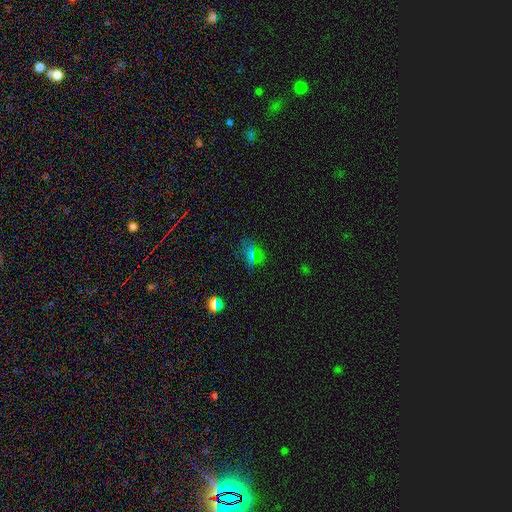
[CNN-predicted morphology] This is possibly a smooth galaxy (51%). How rounded: likely in between (63%). Merging: likely none (76%).